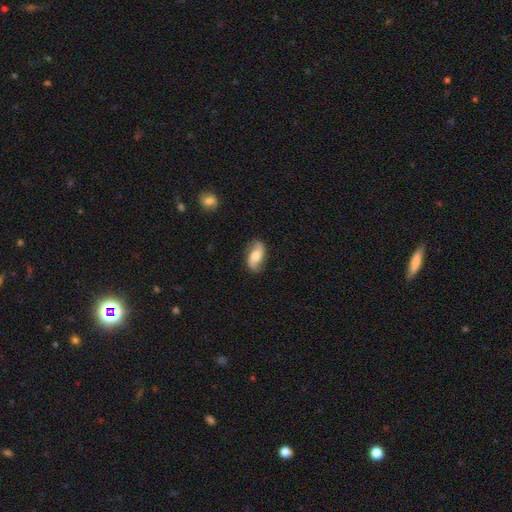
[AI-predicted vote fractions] Q: Smooth or featured?
A: featured or disk (54%); runner-up: smooth (39%)
Q: Edge-on disk?
A: no (91%); runner-up: yes (9%)
Q: Merging?
A: none (80%); runner-up: minor disturbance (15%)